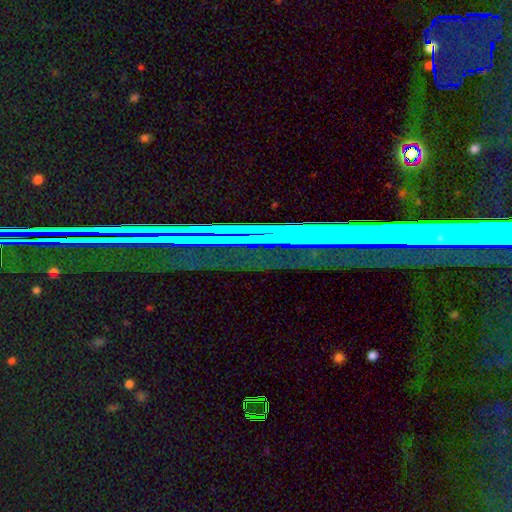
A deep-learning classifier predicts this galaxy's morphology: This is likely a star or artifact rather than a galaxy (69%).